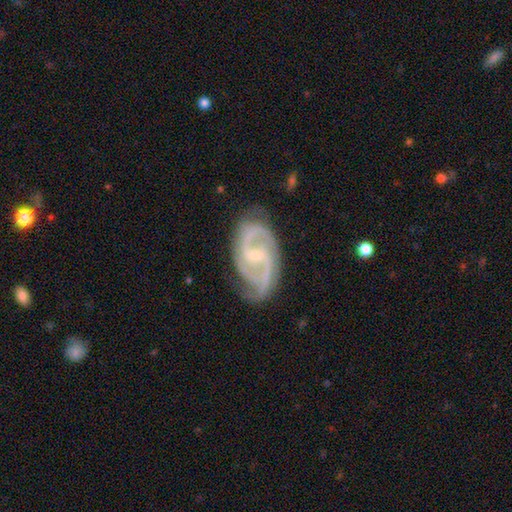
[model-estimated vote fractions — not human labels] Smooth or featured? featured or disk (91%)
Edge-on disk? no (97%)
Bar? weak (52%)
Spiral arms? yes (98%)
Spiral winding? medium (55%)
Spiral arm count? 2 (76%)
Bulge size? small (68%)
Merging? none (71%)